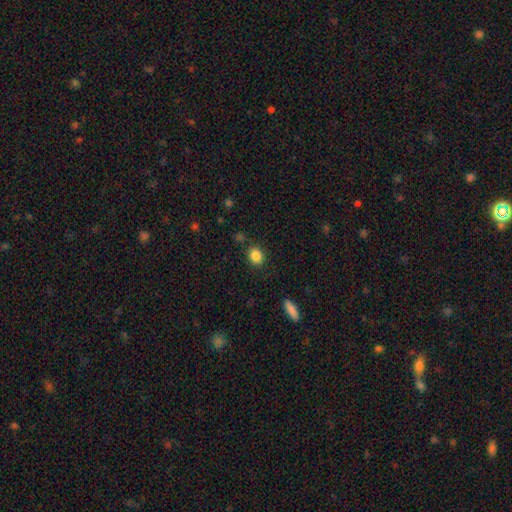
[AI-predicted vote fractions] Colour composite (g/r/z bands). It shows a smooth galaxy with no disk features (86%) that is round (65%). Merging: none (85%).